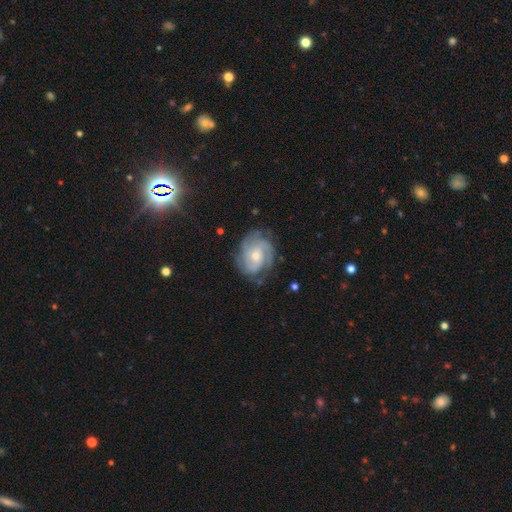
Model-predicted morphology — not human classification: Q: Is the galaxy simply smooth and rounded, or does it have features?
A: featured or disk — 82%.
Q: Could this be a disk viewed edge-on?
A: no — 97%.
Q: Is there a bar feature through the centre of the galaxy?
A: no — 66%.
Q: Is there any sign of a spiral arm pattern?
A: yes — 95%.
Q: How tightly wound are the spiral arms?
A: tight — 56%.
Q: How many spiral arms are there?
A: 3 — 30%.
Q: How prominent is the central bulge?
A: moderate — 51%.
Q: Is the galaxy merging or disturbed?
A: none — 71%.